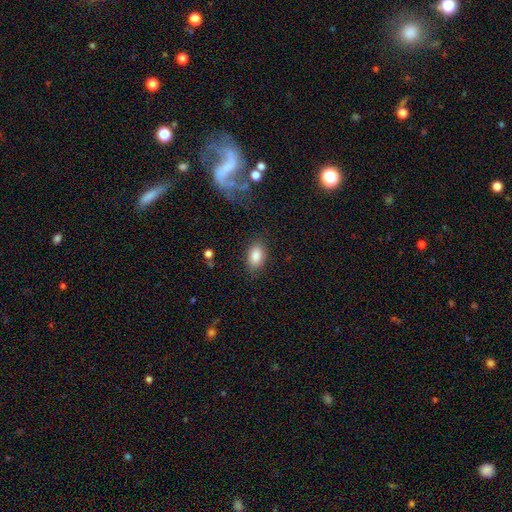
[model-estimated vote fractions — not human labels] smooth_or_featured: smooth (p=0.87) [alt: star or artifact p=0.08]
how_rounded: in between (p=0.90) [alt: round p=0.08]
merging: none (p=0.83) [alt: minor disturbance p=0.12]